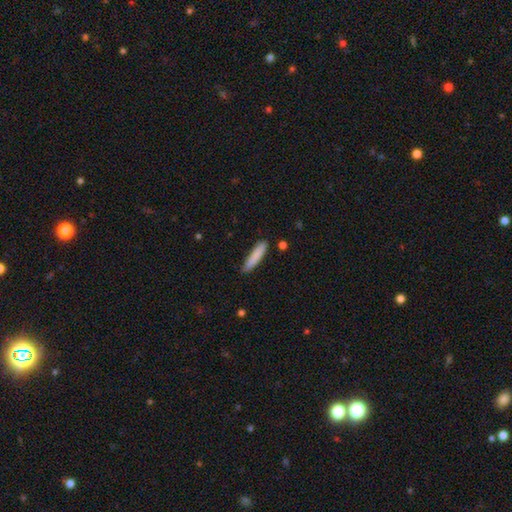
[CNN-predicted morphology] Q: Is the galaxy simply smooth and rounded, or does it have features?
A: smooth — 83%.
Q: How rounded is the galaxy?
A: cigar-shaped — 86%.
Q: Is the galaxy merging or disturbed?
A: none — 82%.